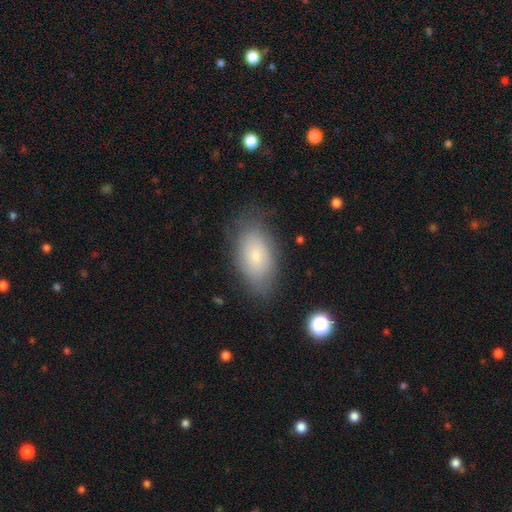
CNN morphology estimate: Smooth or featured? smooth (73%)
How rounded? in between (93%)
Merging? none (73%)